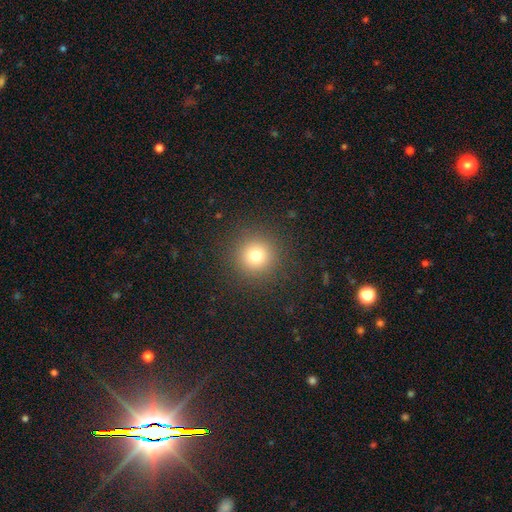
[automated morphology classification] This is likely a smooth galaxy (76%). How rounded: clearly round (95%). Merging: clearly none (90%).